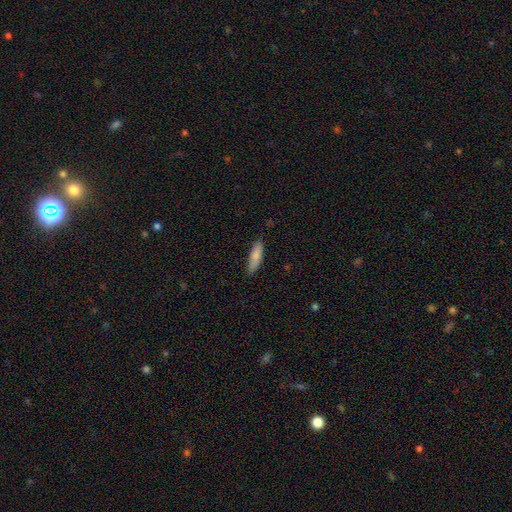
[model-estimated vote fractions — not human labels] Smooth or featured? smooth (82%)
How rounded? cigar-shaped (62%)
Merging? none (83%)